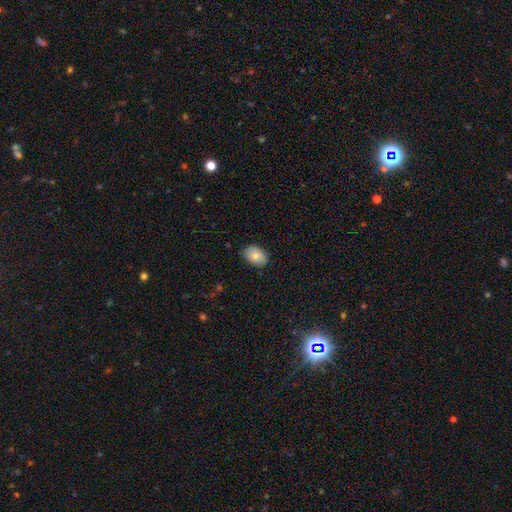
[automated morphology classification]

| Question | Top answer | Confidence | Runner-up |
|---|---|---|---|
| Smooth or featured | smooth | 81% | featured or disk (12%) |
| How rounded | in between | 78% | round (21%) |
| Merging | none | 81% | minor disturbance (16%) |